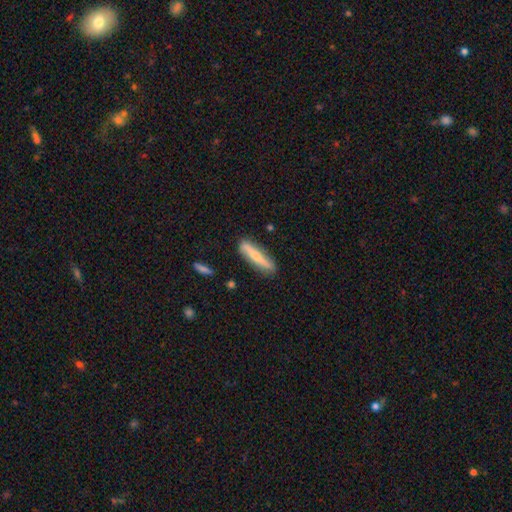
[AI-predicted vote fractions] Smooth or featured?
  - smooth: 48% *
  - featured or disk: 46%
  - star or artifact: 6%
Merging?
  - none: 83% *
  - minor disturbance: 13%
  - major disturbance: 2%
  - merger: 2%